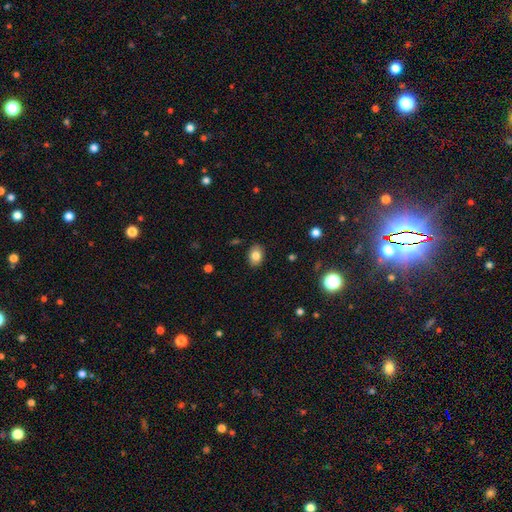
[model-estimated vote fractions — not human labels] Smooth or featured?
  - smooth: 82% *
  - star or artifact: 9%
  - featured or disk: 9%
How rounded?
  - in between: 77% *
  - round: 22%
  - cigar-shaped: 1%
Merging?
  - none: 88% *
  - minor disturbance: 9%
  - major disturbance: 2%
  - merger: 1%